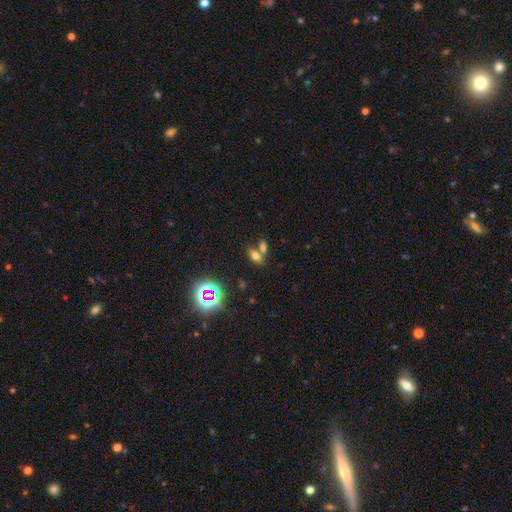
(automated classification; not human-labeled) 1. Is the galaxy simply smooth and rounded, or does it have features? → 65% smooth, 23% star or artifact, 12% featured or disk.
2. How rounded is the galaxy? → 83% in between, 12% round, 5% cigar-shaped.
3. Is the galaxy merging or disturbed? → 45% merger, 43% none, 8% minor disturbance, 4% major disturbance.